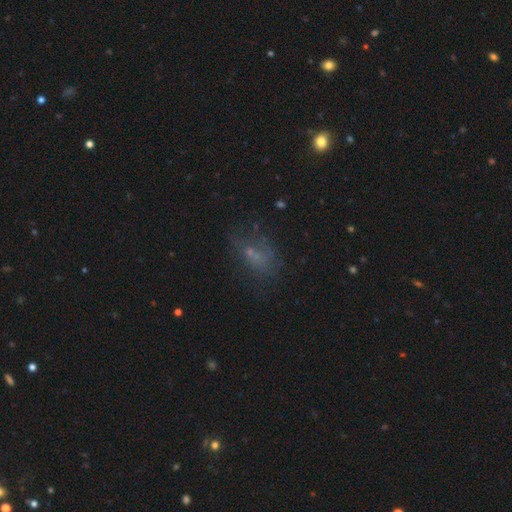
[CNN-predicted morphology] Q: Smooth or featured?
A: smooth (46%); runner-up: featured or disk (31%)
Q: Merging?
A: none (50%); runner-up: major disturbance (25%)